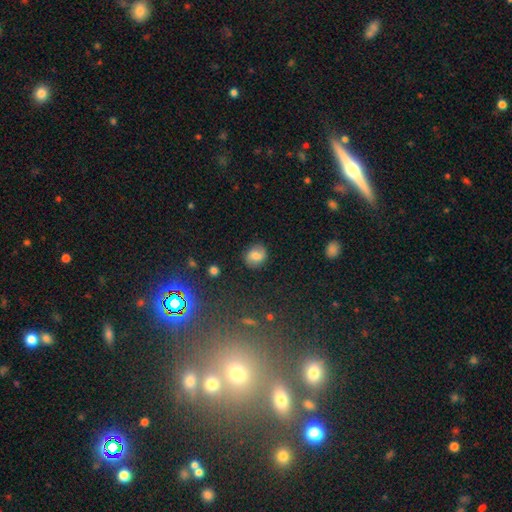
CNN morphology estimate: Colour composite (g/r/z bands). It shows a smooth galaxy with no disk features (64%) that is round (62%). Merging: none (82%).